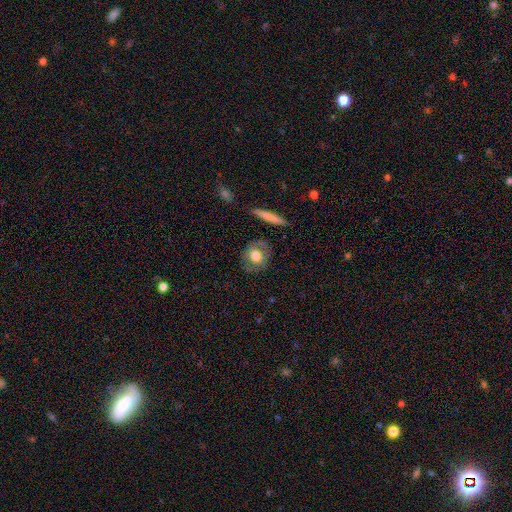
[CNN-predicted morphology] This is possibly a smooth galaxy (58%). How rounded: likely round (72%). Merging: likely none (79%).